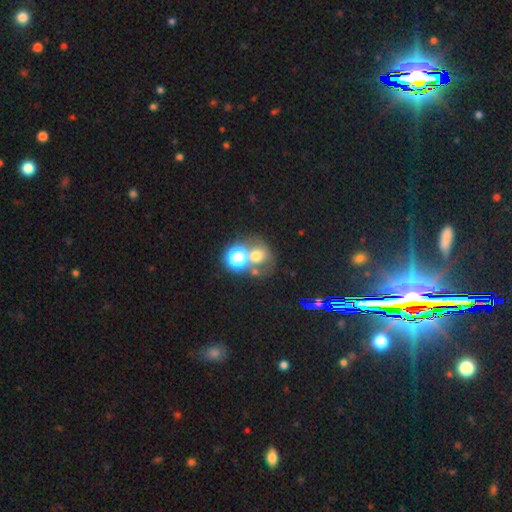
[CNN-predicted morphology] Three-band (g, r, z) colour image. It shows a smooth galaxy with no disk features (56%) that is round (76%). Merging: none (45%).